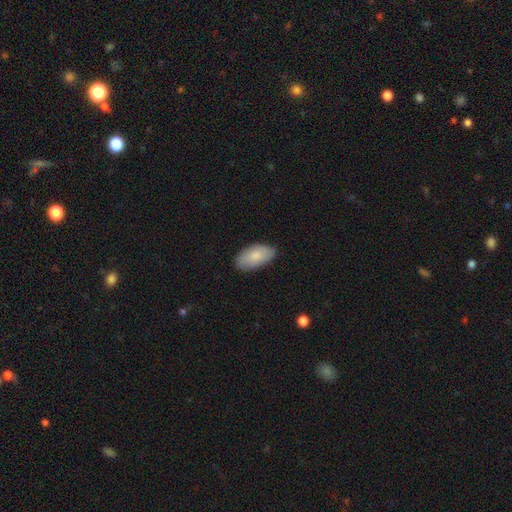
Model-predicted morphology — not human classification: type=smooth (81%); roundness=in between (95%); merging=none (80%).